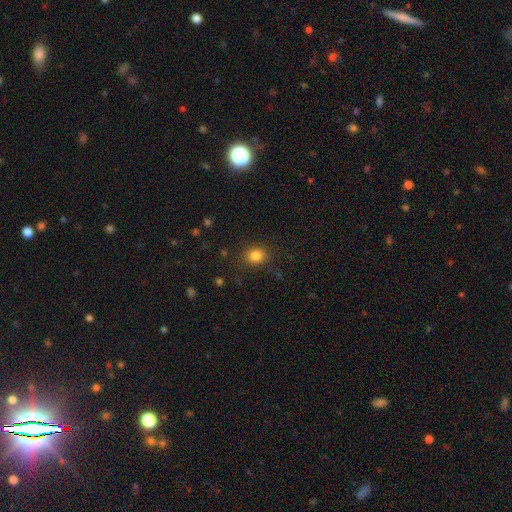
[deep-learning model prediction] Smooth or featured: smooth — 83% (star or artifact — 12%)
How rounded: round — 68% (in between — 31%)
Merging: none — 85% (minor disturbance — 10%)